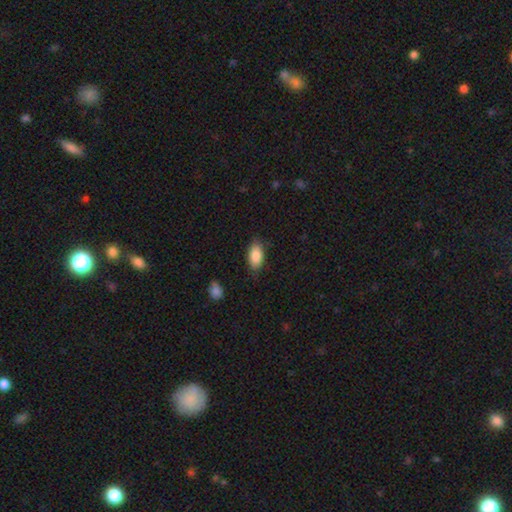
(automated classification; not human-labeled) Q: Smooth or featured?
A: smooth (86%); runner-up: featured or disk (7%)
Q: How rounded?
A: in between (92%); runner-up: cigar-shaped (4%)
Q: Merging?
A: none (80%); runner-up: minor disturbance (15%)